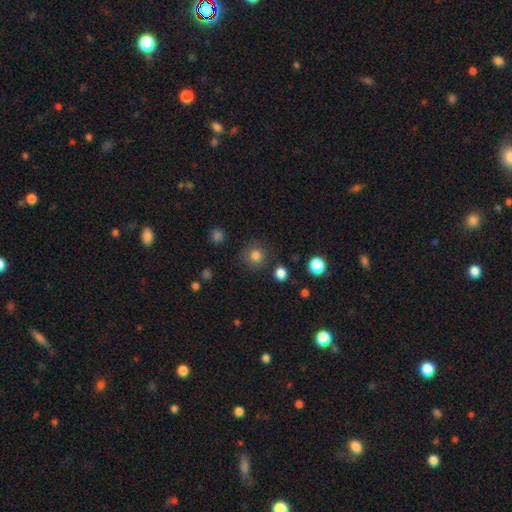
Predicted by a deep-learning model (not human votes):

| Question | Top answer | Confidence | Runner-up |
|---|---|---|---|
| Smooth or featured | smooth | 81% | star or artifact (13%) |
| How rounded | round | 94% | in between (5%) |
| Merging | none | 86% | minor disturbance (8%) |